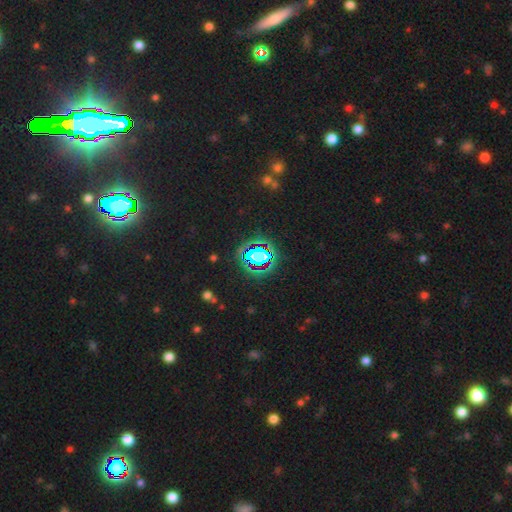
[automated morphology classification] Smooth or featured: star or artifact — 78% (smooth — 13%)